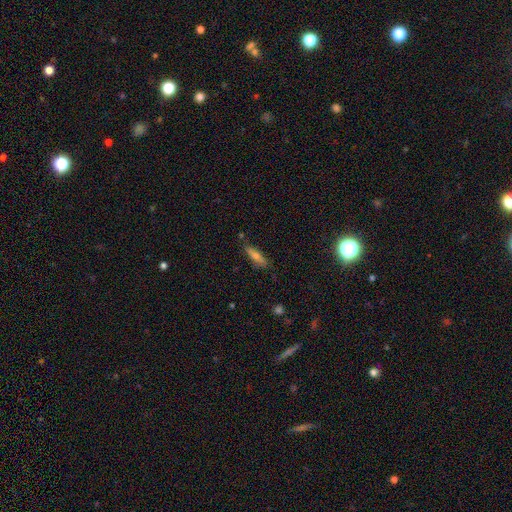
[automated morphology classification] smooth-or-featured: smooth: 50% | featured or disk: 39% | star or artifact: 11%
  how-rounded: cigar-shaped: 74% | in between: 23% | round: 3%
  merging: none: 82% | minor disturbance: 13% | major disturbance: 3% | merger: 2%